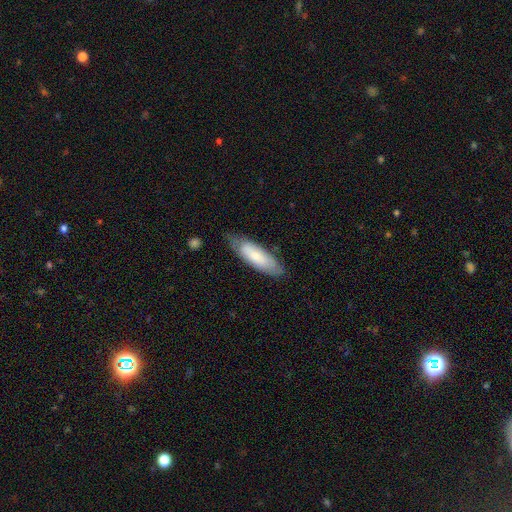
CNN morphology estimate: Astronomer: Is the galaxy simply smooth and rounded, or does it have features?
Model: smooth — 66%.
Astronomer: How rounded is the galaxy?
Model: in between — 55% (runner-up: cigar-shaped, 44%).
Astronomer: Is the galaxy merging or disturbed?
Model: none — 71%.